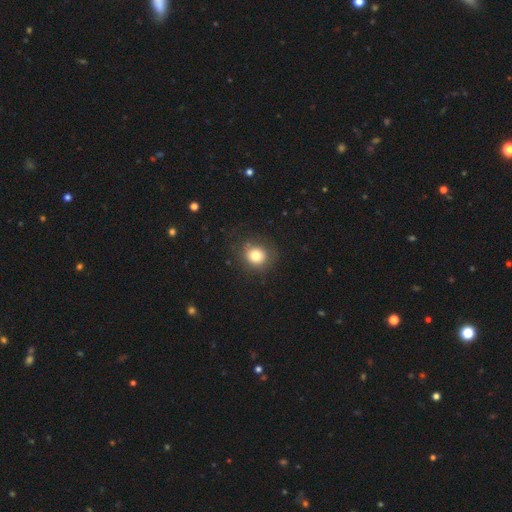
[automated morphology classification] Q: Smooth or featured?
A: smooth (78%); runner-up: star or artifact (12%)
Q: How rounded?
A: round (80%); runner-up: in between (20%)
Q: Merging?
A: none (80%); runner-up: minor disturbance (13%)